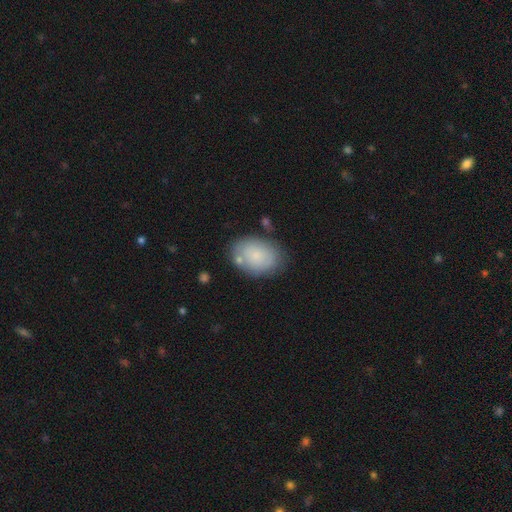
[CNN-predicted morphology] This is likely a smooth galaxy (77%). How rounded: likely in between (78%). Merging: likely none (71%).